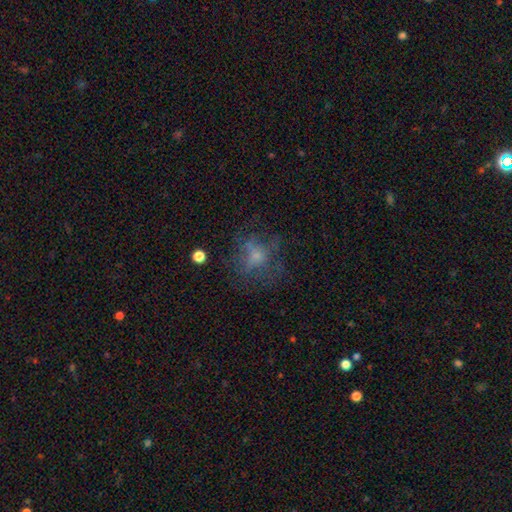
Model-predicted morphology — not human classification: Q: Smooth or featured?
A: smooth (45%); runner-up: featured or disk (36%)
Q: Merging?
A: none (55%); runner-up: major disturbance (24%)